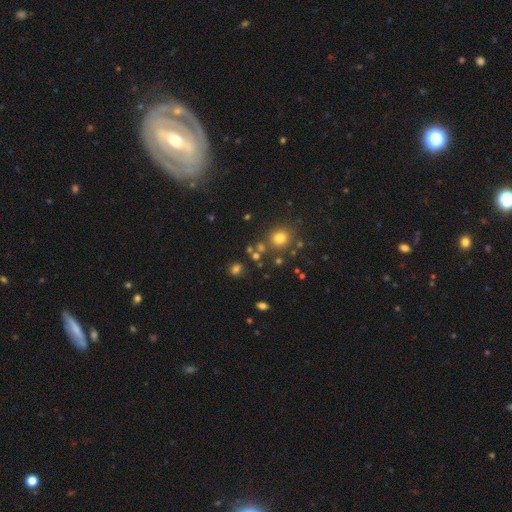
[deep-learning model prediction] Smooth or featured? featured or disk (47%)
Merging? none (71%)